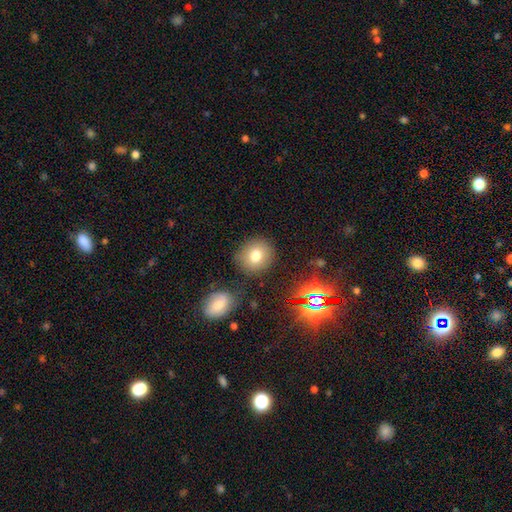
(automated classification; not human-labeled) smooth_or_featured: smooth (p=0.76) [alt: star or artifact p=0.13]
how_rounded: round (p=0.82) [alt: in between p=0.17]
merging: none (p=0.82) [alt: minor disturbance p=0.11]